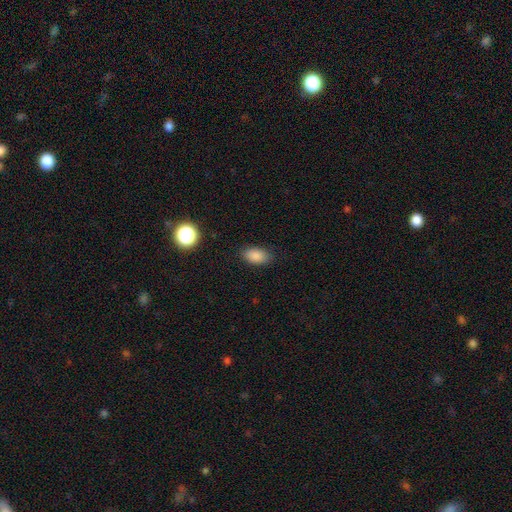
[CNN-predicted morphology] Smooth or featured: smooth — 86% (star or artifact — 10%)
How rounded: in between — 91% (round — 7%)
Merging: none — 86% (minor disturbance — 11%)